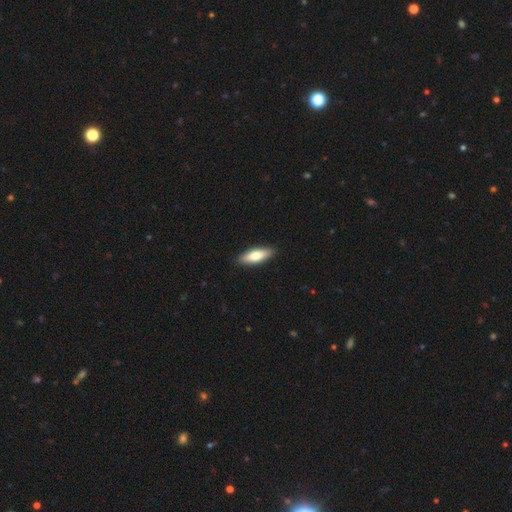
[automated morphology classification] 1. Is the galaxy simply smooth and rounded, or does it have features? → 72% smooth, 23% featured or disk, 5% star or artifact.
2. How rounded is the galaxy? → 55% in between, 43% cigar-shaped, 2% round.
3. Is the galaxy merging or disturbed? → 90% none, 8% minor disturbance, 2% major disturbance, 1% merger.